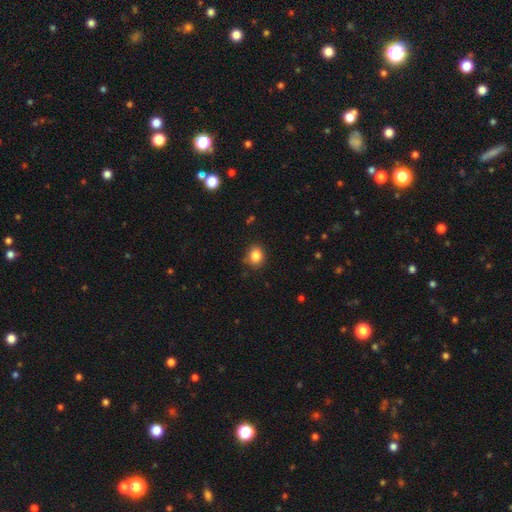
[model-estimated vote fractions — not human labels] Smooth or featured?
  - smooth: 84% *
  - star or artifact: 10%
  - featured or disk: 6%
How rounded?
  - round: 65% *
  - in between: 34%
  - cigar-shaped: 1%
Merging?
  - none: 81% *
  - minor disturbance: 15%
  - major disturbance: 3%
  - merger: 1%